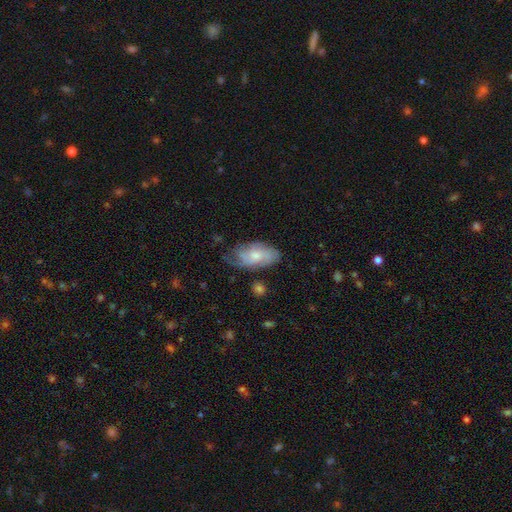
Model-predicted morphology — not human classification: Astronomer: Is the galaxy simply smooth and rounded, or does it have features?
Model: featured or disk — 56% (runner-up: smooth, 37%).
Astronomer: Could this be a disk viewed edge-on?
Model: no — 94%.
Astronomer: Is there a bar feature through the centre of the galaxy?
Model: no — 71%.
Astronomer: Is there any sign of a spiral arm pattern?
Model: yes — 84%.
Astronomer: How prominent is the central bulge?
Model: moderate — 48% (runner-up: small, 41%).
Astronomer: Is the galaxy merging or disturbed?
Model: none — 57%.